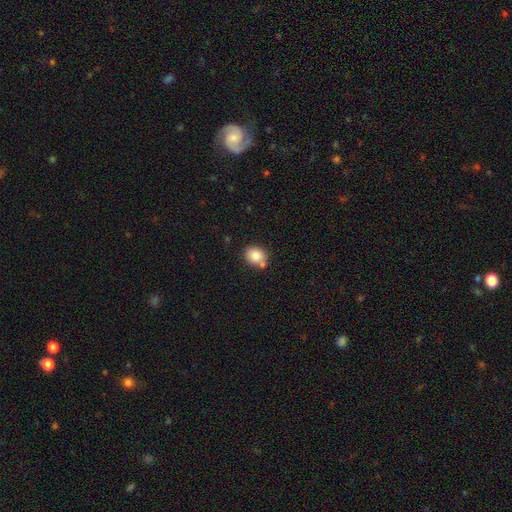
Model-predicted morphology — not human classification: Q: Smooth or featured?
A: smooth (83%); runner-up: star or artifact (9%)
Q: How rounded?
A: round (57%); runner-up: in between (42%)
Q: Merging?
A: none (63%); runner-up: merger (18%)